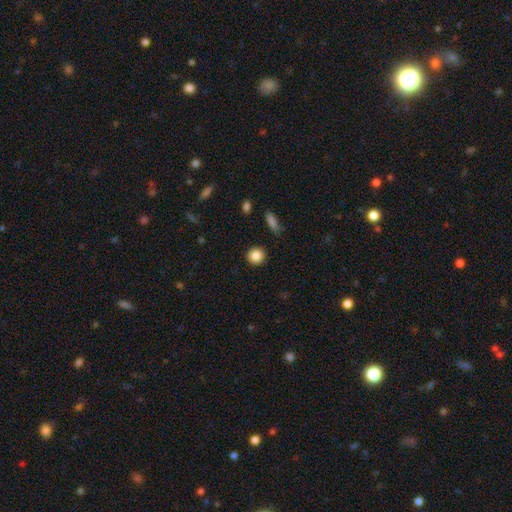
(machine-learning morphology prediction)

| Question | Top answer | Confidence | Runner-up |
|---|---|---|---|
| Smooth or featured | smooth | 86% | star or artifact (9%) |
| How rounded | round | 91% | in between (8%) |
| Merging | none | 91% | minor disturbance (6%) |